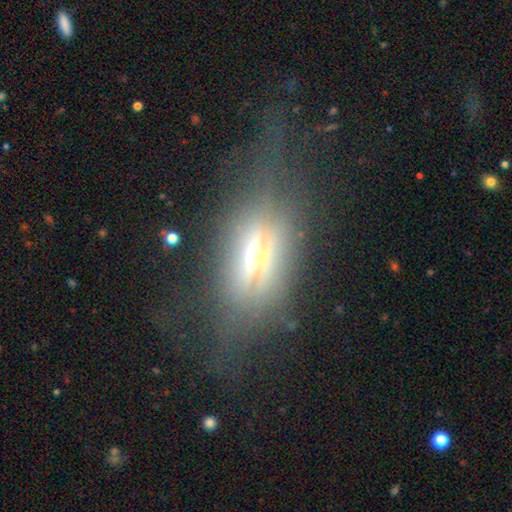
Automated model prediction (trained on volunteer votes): The model was most divided on "merging": none: 50%, major disturbance: 28%, minor disturbance: 20%, merger: 2%. More confident: edge-on disk — yes (75%); smooth or featured — featured or disk (64%).